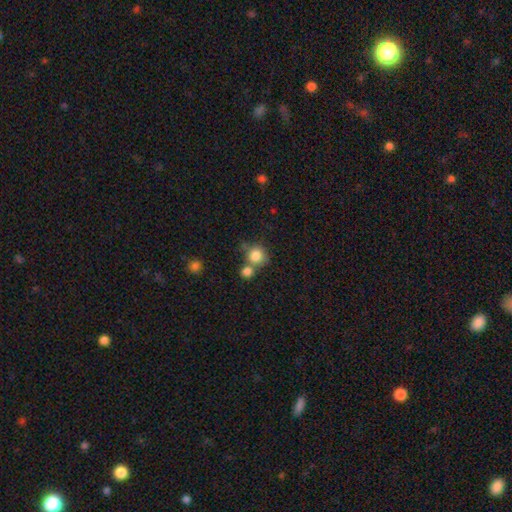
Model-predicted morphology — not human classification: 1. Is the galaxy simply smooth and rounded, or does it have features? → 83% smooth, 10% star or artifact, 7% featured or disk.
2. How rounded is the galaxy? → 87% round, 12% in between, 1% cigar-shaped.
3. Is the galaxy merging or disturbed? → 53% none, 33% merger, 10% minor disturbance, 4% major disturbance.